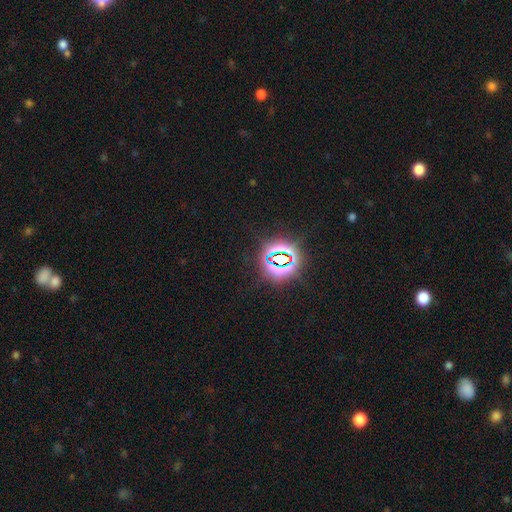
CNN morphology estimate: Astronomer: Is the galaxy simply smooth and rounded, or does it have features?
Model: star or artifact — 81%.